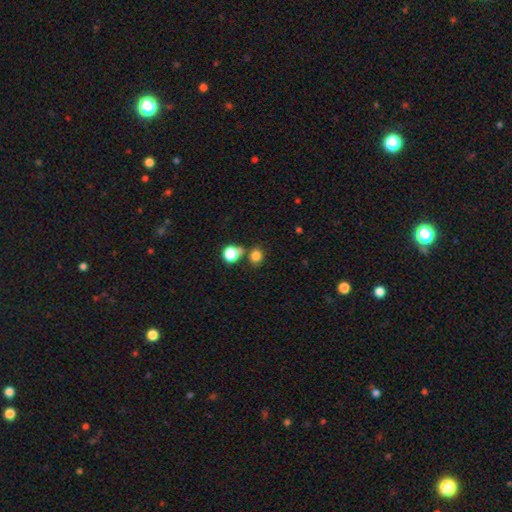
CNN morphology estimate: Smooth or featured? Predicted: smooth (p=0.79). How rounded? Predicted: round (p=0.71). Merging? Predicted: none (p=0.69).